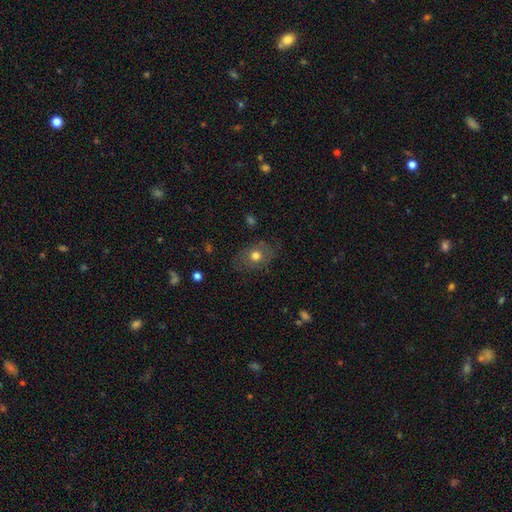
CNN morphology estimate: The model was most divided on "how rounded": in between: 61%, round: 38%, cigar-shaped: 1%. More confident: merging — none (74%); smooth or featured — smooth (65%).